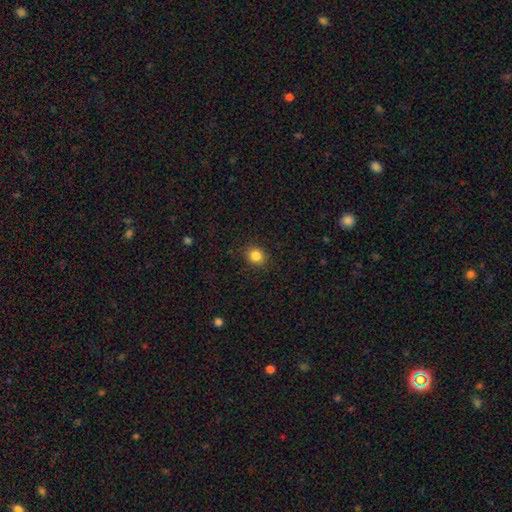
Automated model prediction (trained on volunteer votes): smooth-or-featured: smooth: 85% | star or artifact: 11% | featured or disk: 4%
  how-rounded: round: 76% | in between: 23% | cigar-shaped: 1%
  merging: none: 89% | minor disturbance: 7% | major disturbance: 2% | merger: 1%